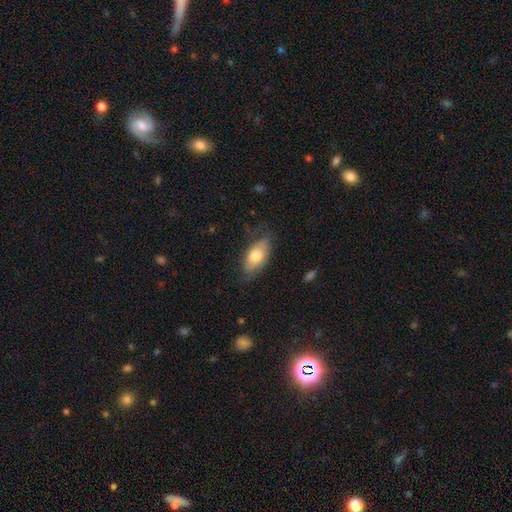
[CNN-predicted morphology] Smooth or featured? Predicted: smooth (p=0.67). How rounded? Predicted: in between (p=0.89). Merging? Predicted: none (p=0.63).